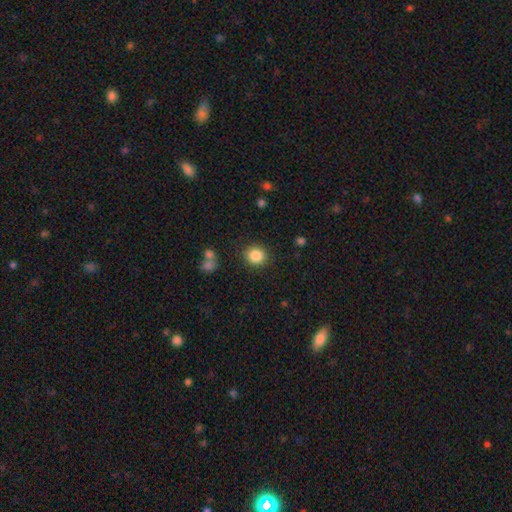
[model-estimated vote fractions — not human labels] Morphology: type=smooth (85%); roundness=round (82%); merging=none (88%).